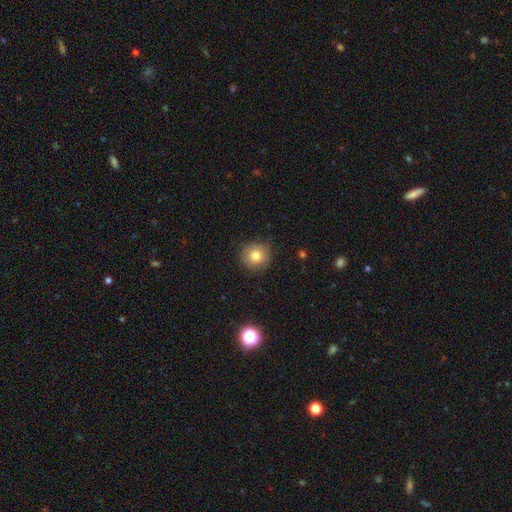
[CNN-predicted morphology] Smooth or featured? smooth (78%)
How rounded? round (93%)
Merging? none (87%)